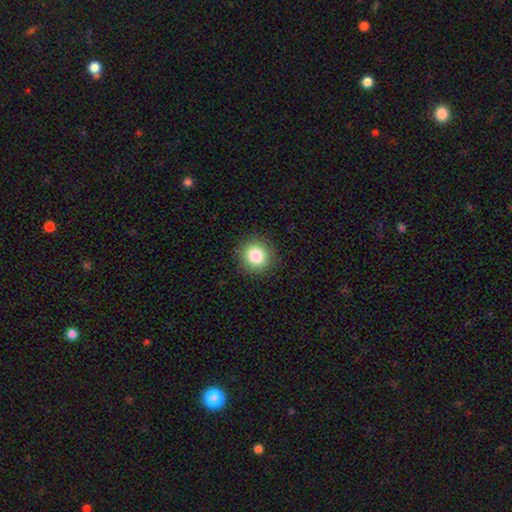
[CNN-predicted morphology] A smooth galaxy with no disk features (84%) that is round (91%). Merging: none (90%).